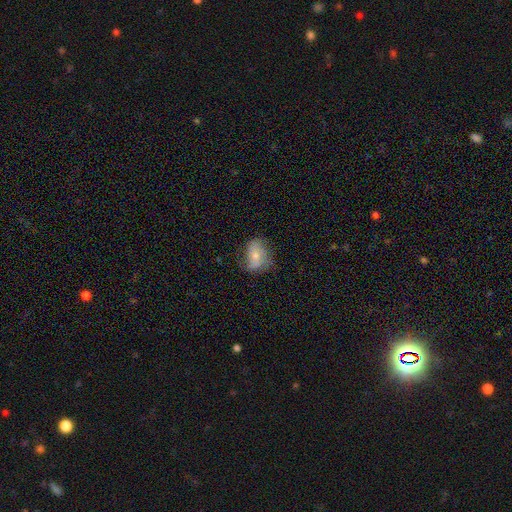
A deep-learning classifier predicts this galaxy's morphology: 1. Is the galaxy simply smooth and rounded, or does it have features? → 58% smooth, 33% featured or disk, 9% star or artifact.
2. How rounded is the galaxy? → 76% in between, 22% round, 2% cigar-shaped.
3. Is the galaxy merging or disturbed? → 54% none, 31% minor disturbance, 14% major disturbance, 2% merger.